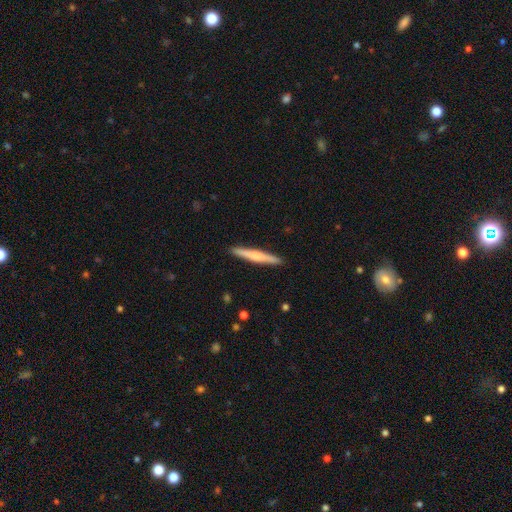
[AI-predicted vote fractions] This appears to be a smooth galaxy with no disk features (49%). Merging: none (92%).